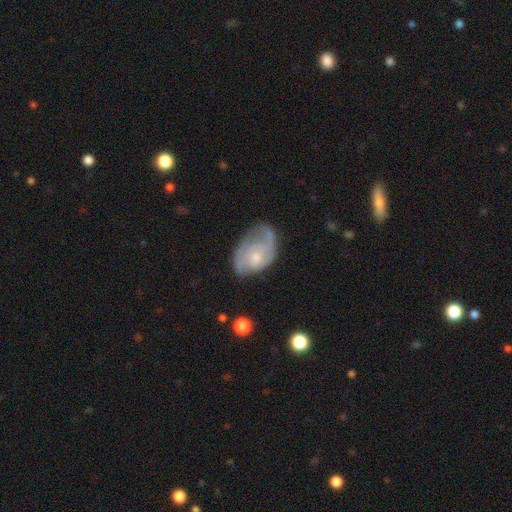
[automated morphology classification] featured or disk 64%, smooth 30%, star or artifact 7%. Down the decision tree: edge-on disk — no (96%); bar — no (74%); spiral arms — yes (78%); bulge size — small (54%); merging — none (44%).